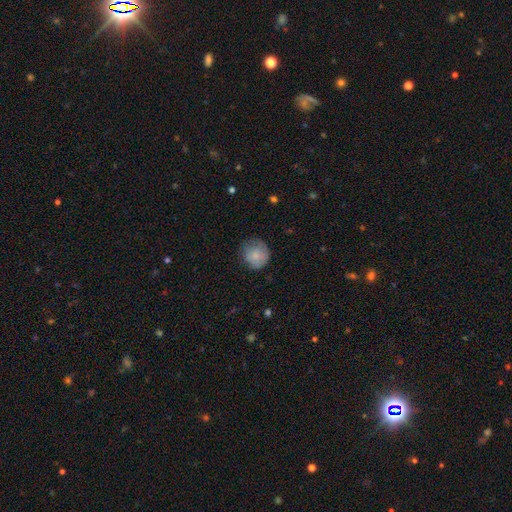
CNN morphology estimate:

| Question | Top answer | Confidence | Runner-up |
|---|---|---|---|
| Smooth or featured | smooth | 79% | featured or disk (13%) |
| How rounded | round | 86% | in between (13%) |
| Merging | none | 64% | minor disturbance (26%) |